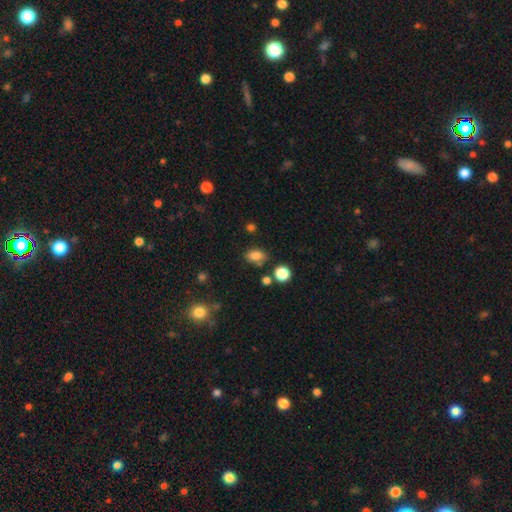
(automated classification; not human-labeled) Morphology: type=smooth (82%); roundness=in between (79%); merging=none (74%).